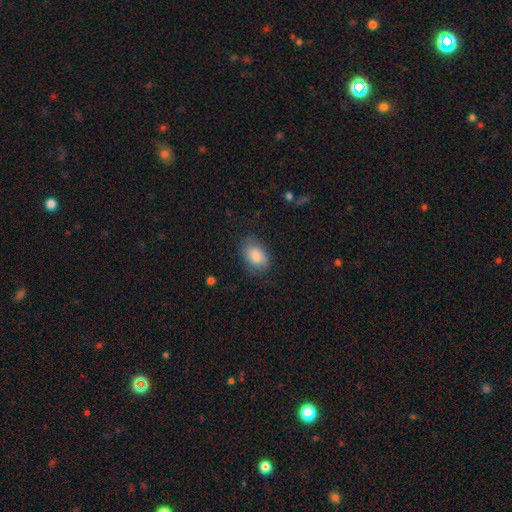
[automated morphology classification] Smooth or featured? Predicted: smooth (p=0.86). How rounded? Predicted: in between (p=0.84). Merging? Predicted: none (p=0.77).